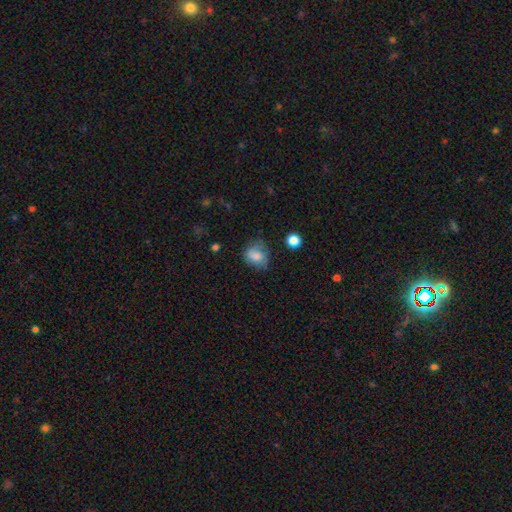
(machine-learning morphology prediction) Smooth or featured? smooth (75%)
How rounded? round (53%)
Merging? none (55%)